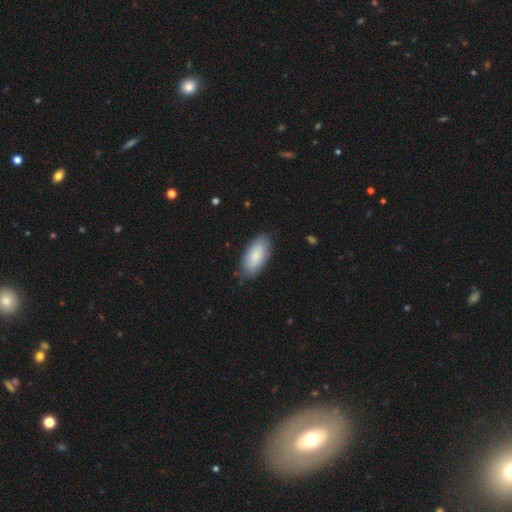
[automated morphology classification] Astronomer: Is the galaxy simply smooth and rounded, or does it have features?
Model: smooth — 83%.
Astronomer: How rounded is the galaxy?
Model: in between — 92%.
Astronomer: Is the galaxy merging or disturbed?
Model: none — 81%.